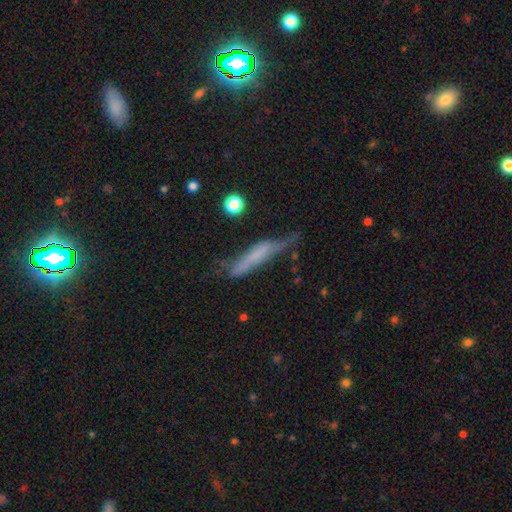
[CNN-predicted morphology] Q: Smooth or featured?
A: smooth (51%); runner-up: featured or disk (40%)
Q: How rounded?
A: cigar-shaped (86%); runner-up: in between (12%)
Q: Merging?
A: none (40%); runner-up: minor disturbance (34%)